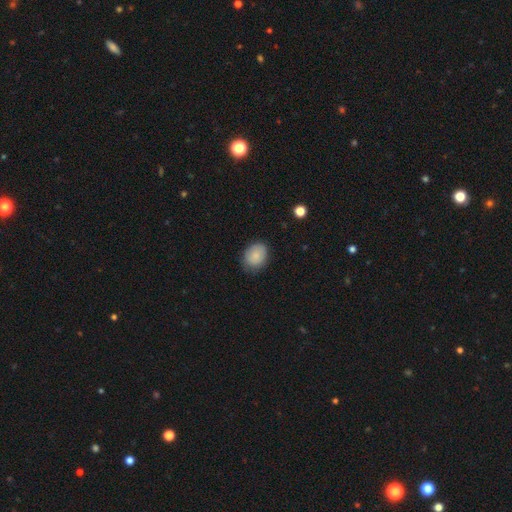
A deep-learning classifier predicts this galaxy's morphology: A smooth galaxy with no disk features (84%) that is in between round and cigar-shaped (55%).

Vote fractions:
- Smooth or featured? smooth: 84% / featured or disk: 8% / star or artifact: 8%
- How rounded? in between: 55% / round: 44% / cigar-shaped: 1%
- Merging? none: 75% / minor disturbance: 20% / major disturbance: 4% / merger: 1%